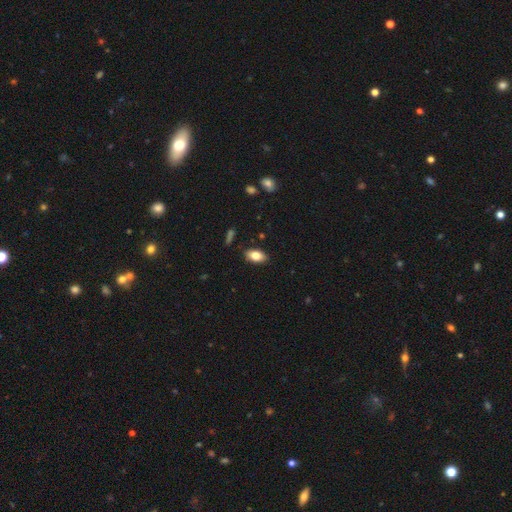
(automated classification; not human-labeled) Smooth or featured: smooth — 80% (featured or disk — 13%)
How rounded: in between — 91% (round — 5%)
Merging: none — 87% (minor disturbance — 10%)